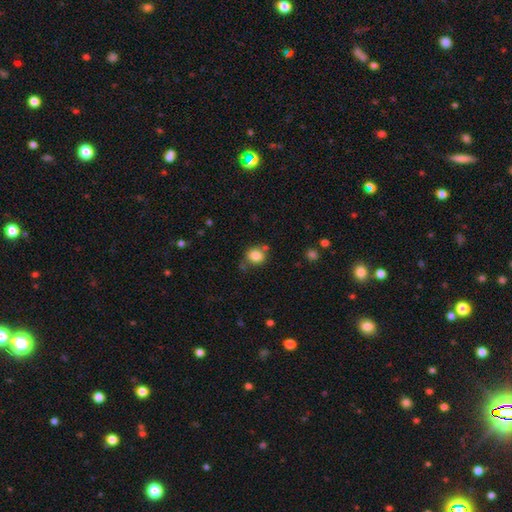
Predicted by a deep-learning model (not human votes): smooth 82%, star or artifact 10%, featured or disk 8%. Down the decision tree: how rounded — round (67%); merging — none (65%).